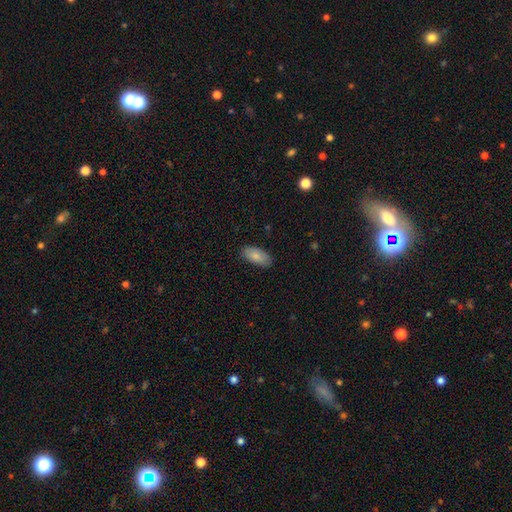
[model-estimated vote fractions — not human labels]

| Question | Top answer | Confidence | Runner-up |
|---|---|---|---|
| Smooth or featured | smooth | 83% | featured or disk (11%) |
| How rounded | in between | 92% | cigar-shaped (6%) |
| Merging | none | 85% | minor disturbance (12%) |